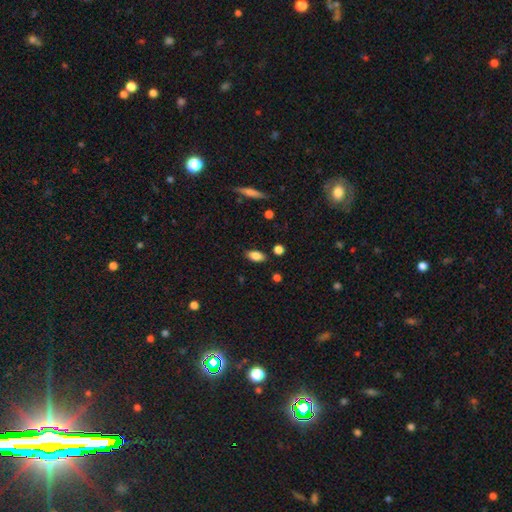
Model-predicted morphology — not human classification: smooth 83%, featured or disk 9%, star or artifact 8%. Down the decision tree: how rounded — in between (88%); merging — none (84%).